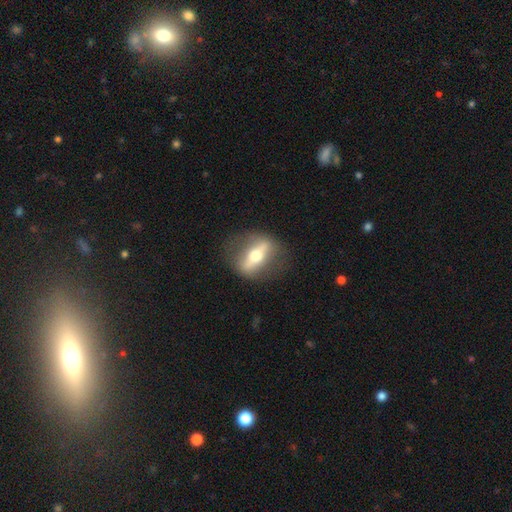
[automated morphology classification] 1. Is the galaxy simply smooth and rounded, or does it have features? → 70% featured or disk, 23% smooth, 7% star or artifact.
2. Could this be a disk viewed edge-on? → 58% yes, 42% no.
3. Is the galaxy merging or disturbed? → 80% none, 11% minor disturbance, 8% major disturbance, 1% merger.